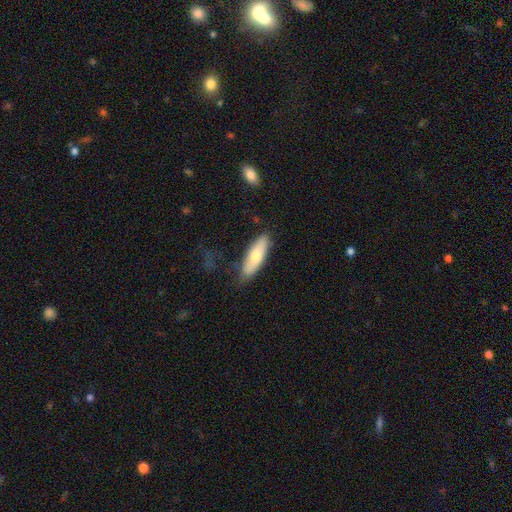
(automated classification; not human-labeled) Smooth or featured: smooth — 65% (featured or disk — 29%)
How rounded: in between — 58% (cigar-shaped — 40%)
Merging: none — 78% (minor disturbance — 16%)